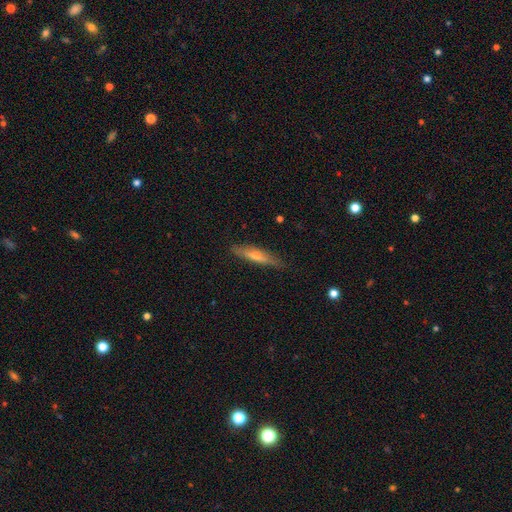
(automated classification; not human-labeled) smooth-or-featured: smooth: 60% | featured or disk: 35% | star or artifact: 6%
  how-rounded: cigar-shaped: 85% | in between: 14% | round: 2%
  merging: none: 82% | minor disturbance: 14% | major disturbance: 3% | merger: 1%